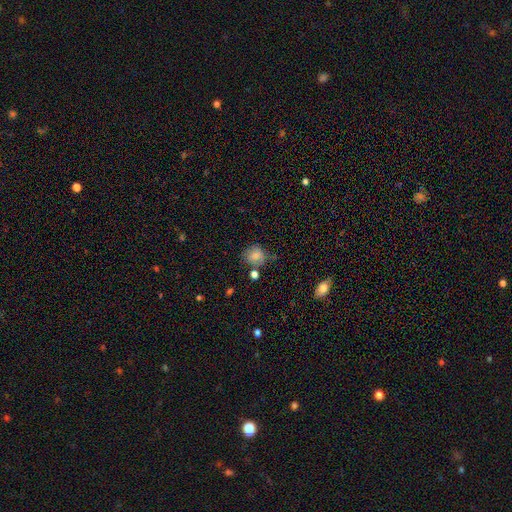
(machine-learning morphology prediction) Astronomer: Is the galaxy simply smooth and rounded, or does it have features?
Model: smooth — 80%.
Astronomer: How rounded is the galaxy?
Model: round — 78%.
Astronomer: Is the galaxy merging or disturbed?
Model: none — 61%.